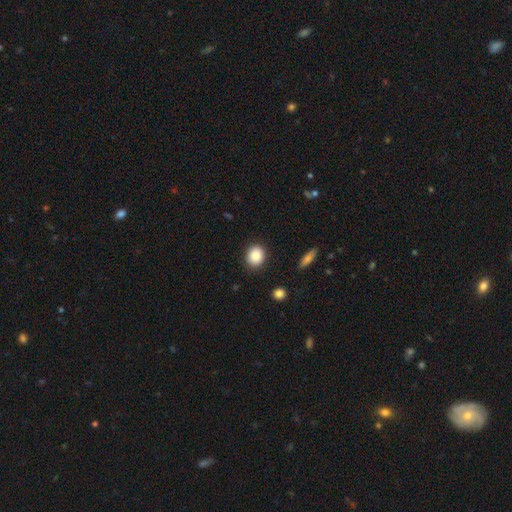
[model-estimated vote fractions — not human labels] The model was most divided on "how rounded": round: 70%, in between: 29%, cigar-shaped: 1%. More confident: merging — none (88%); smooth or featured — smooth (86%).